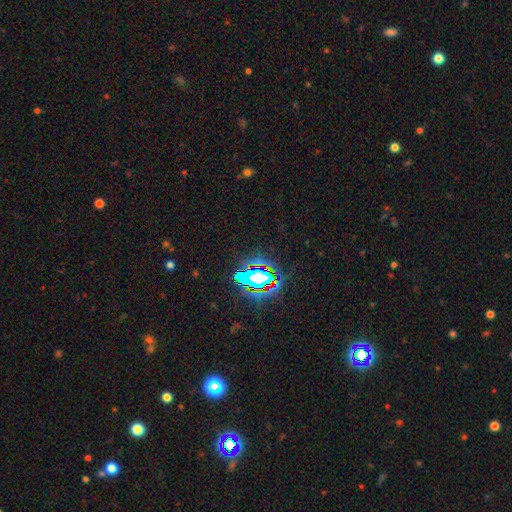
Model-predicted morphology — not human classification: smooth-or-featured: star or artifact: 76% | smooth: 15% | featured or disk: 9%